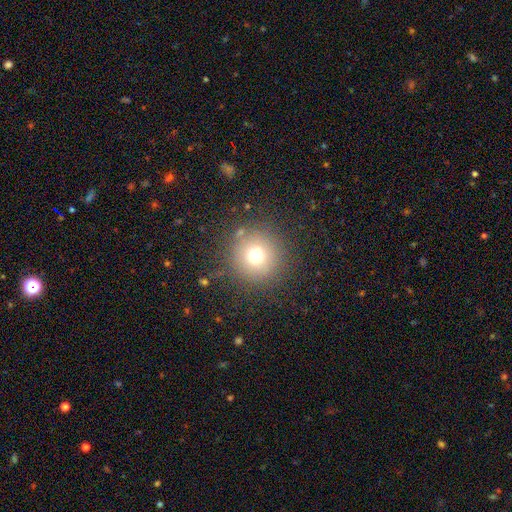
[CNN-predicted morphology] Smooth or featured: smooth — 70% (star or artifact — 18%)
How rounded: round — 95% (in between — 4%)
Merging: none — 84% (minor disturbance — 8%)